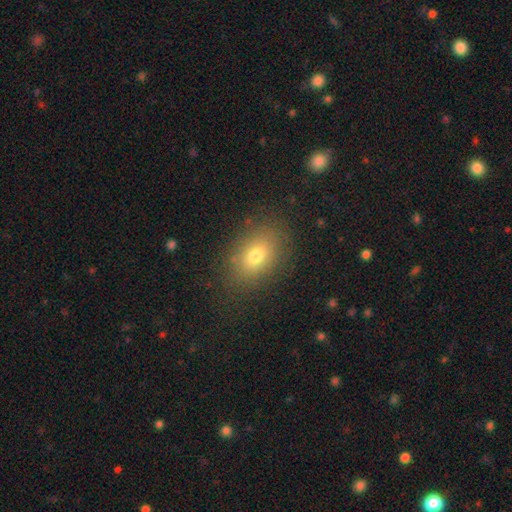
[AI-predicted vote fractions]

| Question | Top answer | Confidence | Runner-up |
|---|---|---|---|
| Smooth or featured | smooth | 75% | featured or disk (13%) |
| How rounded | in between | 77% | round (21%) |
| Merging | none | 84% | minor disturbance (11%) |